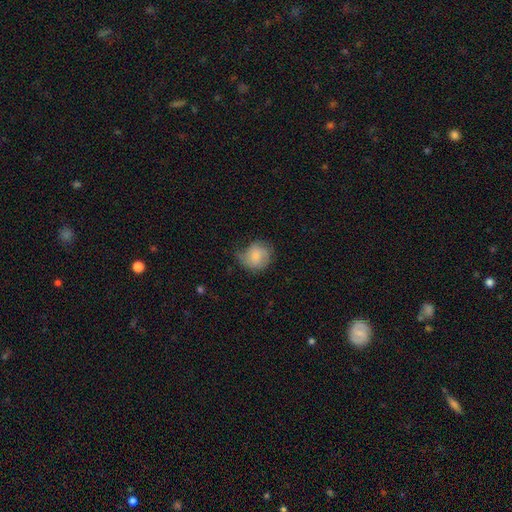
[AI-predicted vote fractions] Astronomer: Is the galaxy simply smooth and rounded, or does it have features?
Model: smooth — 68%.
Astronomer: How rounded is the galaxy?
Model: round — 76%.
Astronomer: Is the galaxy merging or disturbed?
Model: none — 46% (runner-up: minor disturbance, 36%).